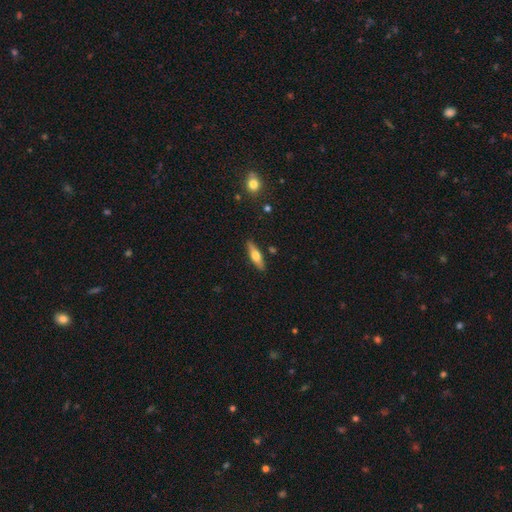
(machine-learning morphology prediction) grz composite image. It shows a smooth galaxy with no disk features (54%) that is cigar-shaped (61%). Merging: none (87%).